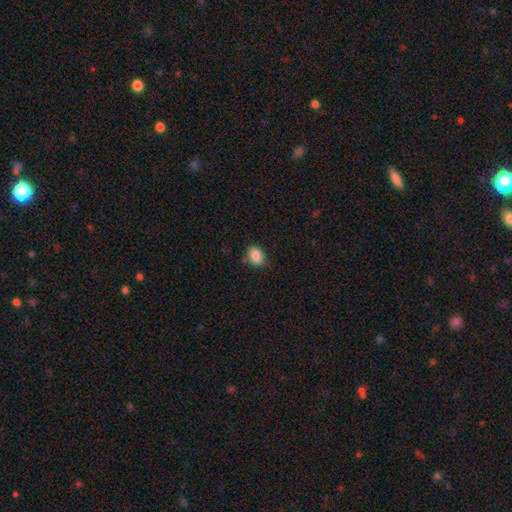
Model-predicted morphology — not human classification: type=smooth (86%); roundness=in between (66%); merging=none (81%).